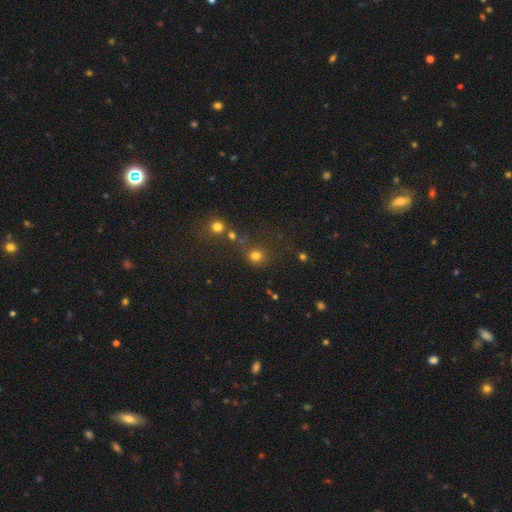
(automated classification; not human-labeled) Smooth or featured: smooth — 74% (star or artifact — 19%)
How rounded: round — 87% (in between — 11%)
Merging: none — 67% (merger — 15%)